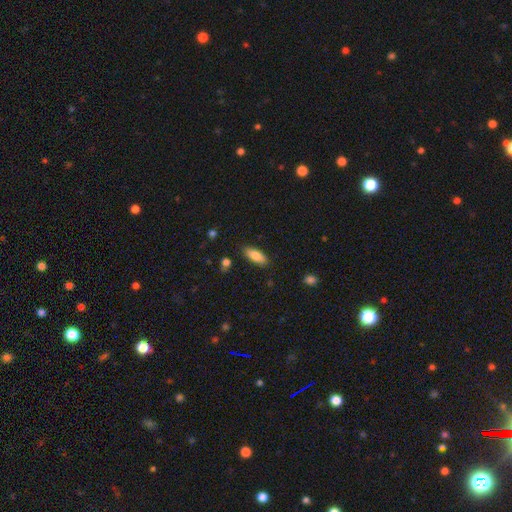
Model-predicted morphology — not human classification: A smooth galaxy with no disk features (82%) that is in between round and cigar-shaped (73%). Merging: none (84%).